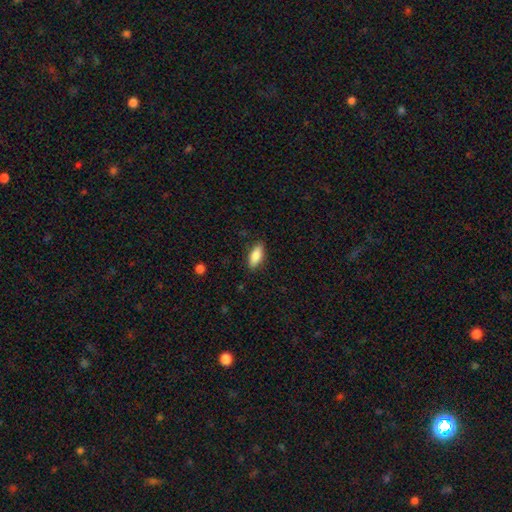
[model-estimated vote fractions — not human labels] Overall: smooth (85%). How rounded: in between (77%). Merging: none (86%).